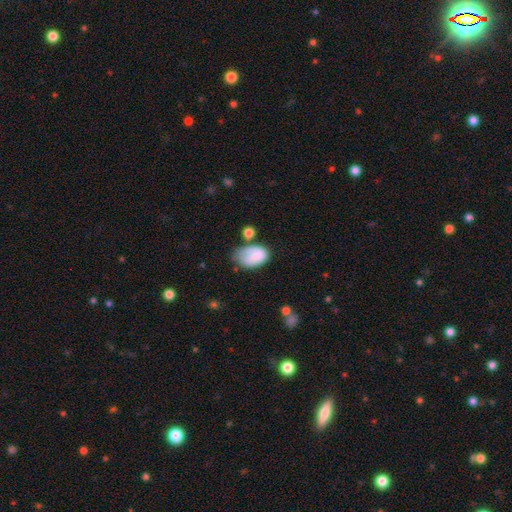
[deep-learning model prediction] Smooth or featured? Predicted: smooth (p=0.75). How rounded? Predicted: in between (p=0.88). Merging? Predicted: none (p=0.38).